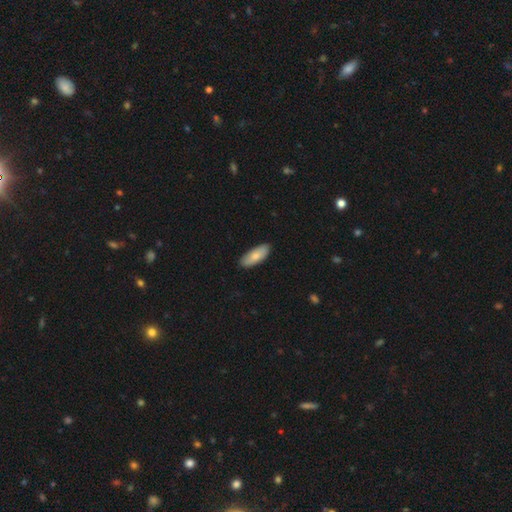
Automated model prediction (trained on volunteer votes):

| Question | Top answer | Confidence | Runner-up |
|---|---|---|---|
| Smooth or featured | smooth | 79% | featured or disk (16%) |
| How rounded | in between | 80% | cigar-shaped (18%) |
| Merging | none | 88% | minor disturbance (10%) |